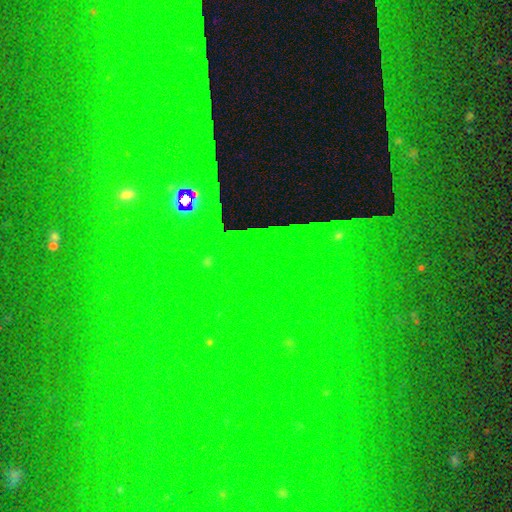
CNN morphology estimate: Smooth or featured? star or artifact (82%)